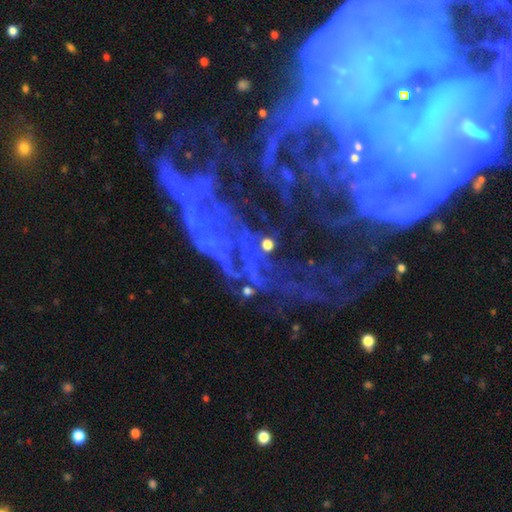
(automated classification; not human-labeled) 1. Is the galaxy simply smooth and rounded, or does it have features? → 58% featured or disk, 31% star or artifact, 11% smooth.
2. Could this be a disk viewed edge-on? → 90% no, 10% yes.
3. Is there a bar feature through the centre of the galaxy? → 51% no, 26% weak, 23% strong.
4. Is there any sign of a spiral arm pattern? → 84% yes, 16% no.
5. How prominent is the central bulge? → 58% small, 18% none, 16% moderate, 4% large, 3% dominant.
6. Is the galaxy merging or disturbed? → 47% none, 26% major disturbance, 17% minor disturbance, 10% merger.